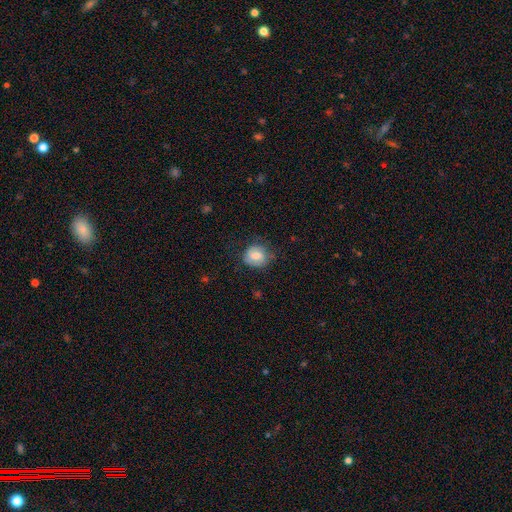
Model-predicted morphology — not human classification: This appears to be a smooth galaxy with no disk features (73%) that is round (69%). Merging: none (64%).